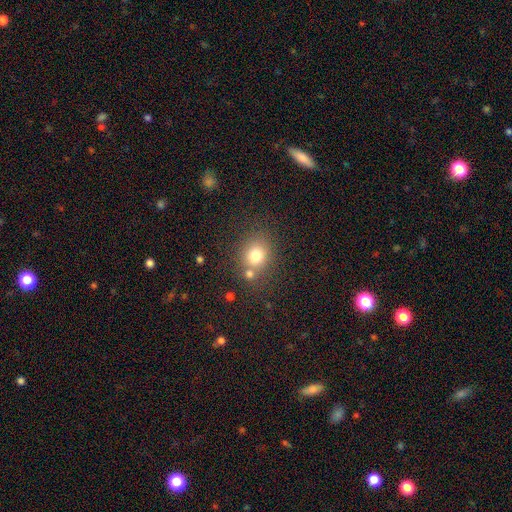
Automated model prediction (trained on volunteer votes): Morphology: type=smooth (77%); roundness=round (72%); merging=none (64%).